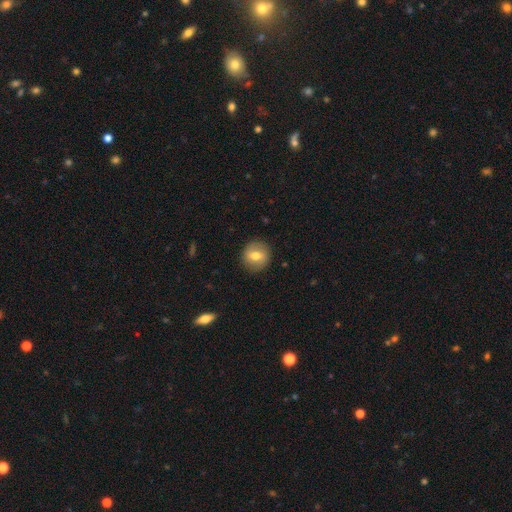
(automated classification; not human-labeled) Smooth or featured? smooth (67%)
How rounded? round (90%)
Merging? none (88%)